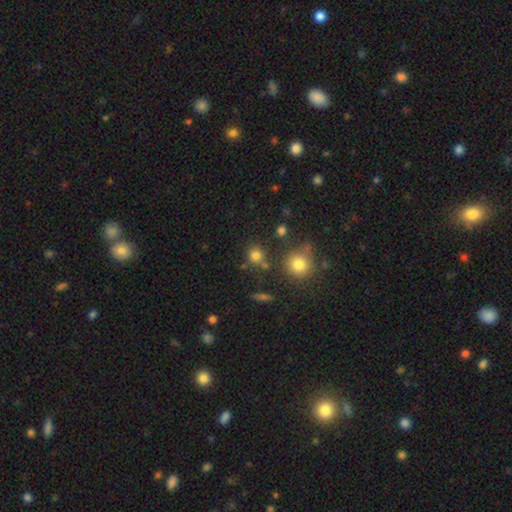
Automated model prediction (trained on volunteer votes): Q: Smooth or featured?
A: smooth (77%); runner-up: star or artifact (16%)
Q: How rounded?
A: round (89%); runner-up: in between (10%)
Q: Merging?
A: none (77%); runner-up: merger (10%)